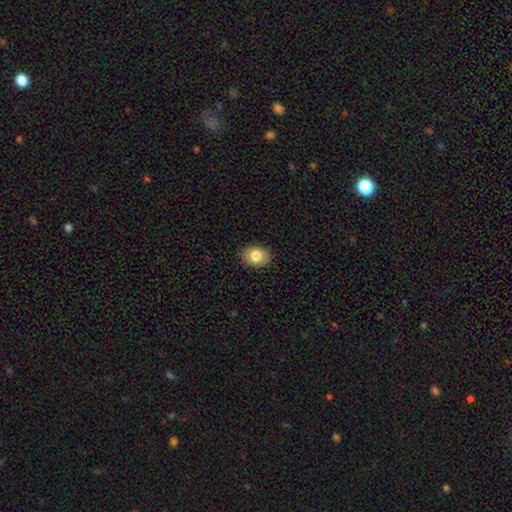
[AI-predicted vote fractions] Overall: smooth (83%). How rounded: in between (61%; round 38%). Merging: none (89%).